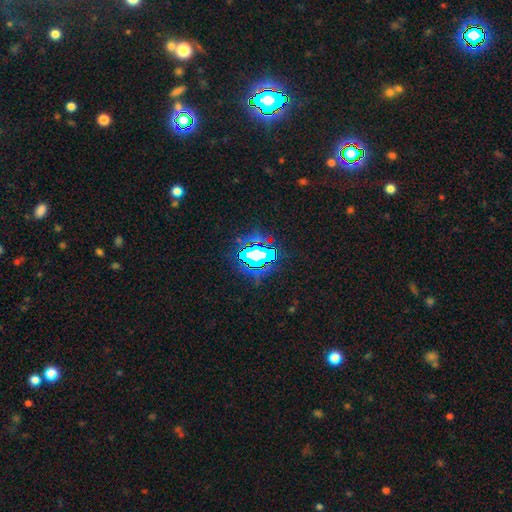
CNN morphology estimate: star or artifact 66%, smooth 20%, featured or disk 13%.